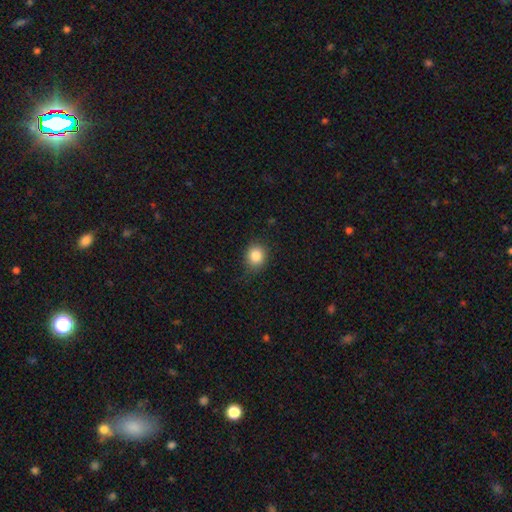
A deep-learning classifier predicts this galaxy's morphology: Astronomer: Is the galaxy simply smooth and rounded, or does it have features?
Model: smooth — 85%.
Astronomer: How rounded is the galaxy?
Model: round — 76%.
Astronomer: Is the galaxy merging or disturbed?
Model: none — 80%.